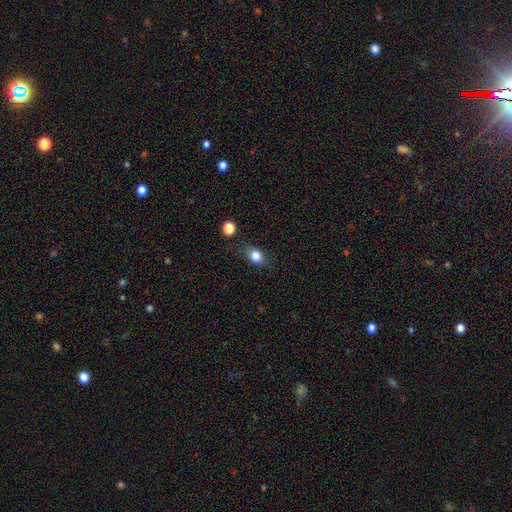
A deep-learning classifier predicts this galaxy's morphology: A smooth galaxy with no disk features (82%) that is in between round and cigar-shaped (52%). Merging: none (76%).